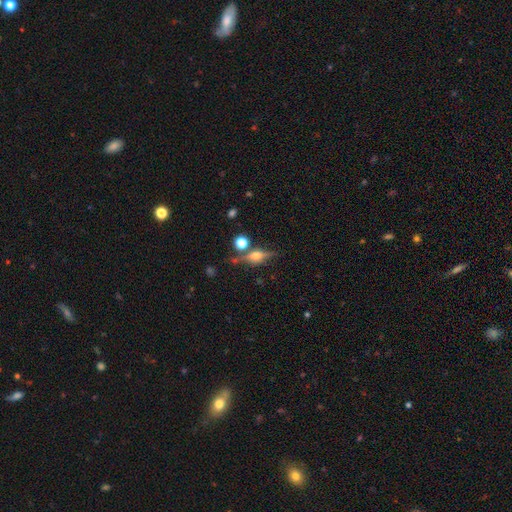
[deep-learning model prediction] The model was most divided on "smooth or featured": featured or disk: 70%, smooth: 20%, star or artifact: 10%. More confident: edge-on disk — yes (94%); edge-on bulge — rounded (91%); merging — none (78%).